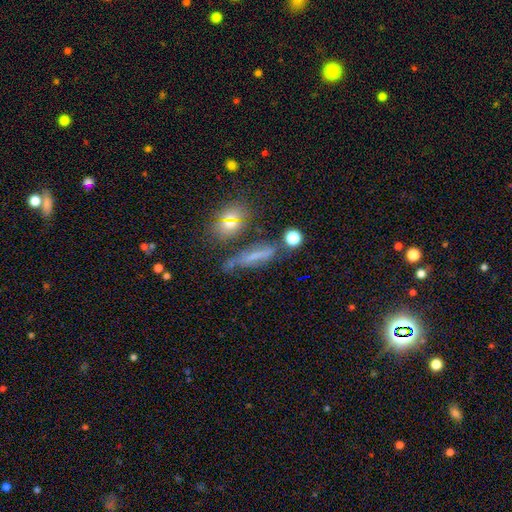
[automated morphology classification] smooth 46%, featured or disk 32%, star or artifact 22%. Down the decision tree: merging — none (60%).